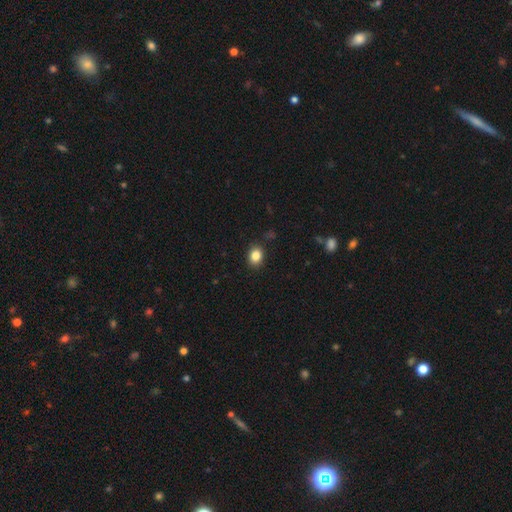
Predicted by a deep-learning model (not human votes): Smooth or featured: smooth — 85% (star or artifact — 10%)
How rounded: in between — 53% (round — 46%)
Merging: none — 88% (minor disturbance — 9%)